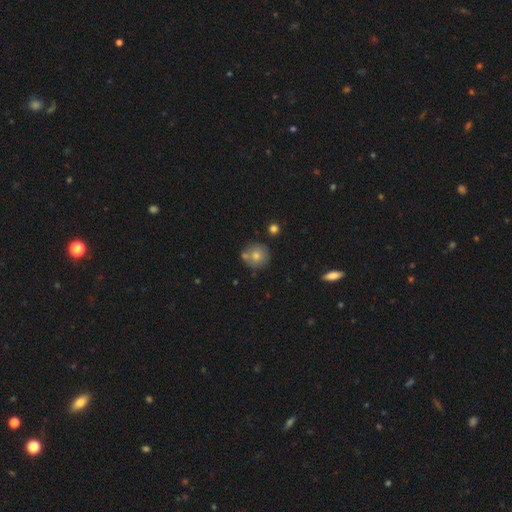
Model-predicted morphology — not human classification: A smooth galaxy with no disk features (74%) that is round (91%).

Vote fractions:
- Smooth or featured? smooth: 74% / featured or disk: 16% / star or artifact: 10%
- How rounded? round: 91% / in between: 8% / cigar-shaped: 1%
- Merging? none: 68% / merger: 18% / minor disturbance: 12% / major disturbance: 3%